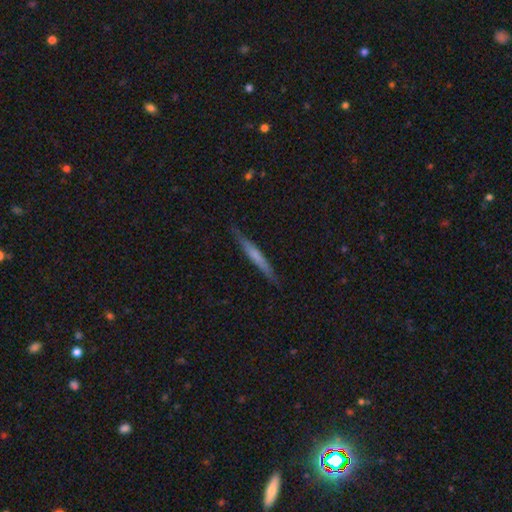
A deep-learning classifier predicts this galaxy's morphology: A smooth galaxy with no disk features (52%) that is cigar-shaped (96%). Merging: none (87%).